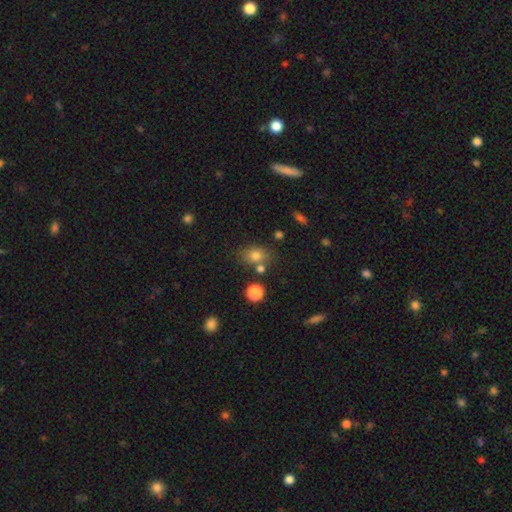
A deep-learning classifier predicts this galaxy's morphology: type=smooth (76%); roundness=in between (56%); merging=none (65%).